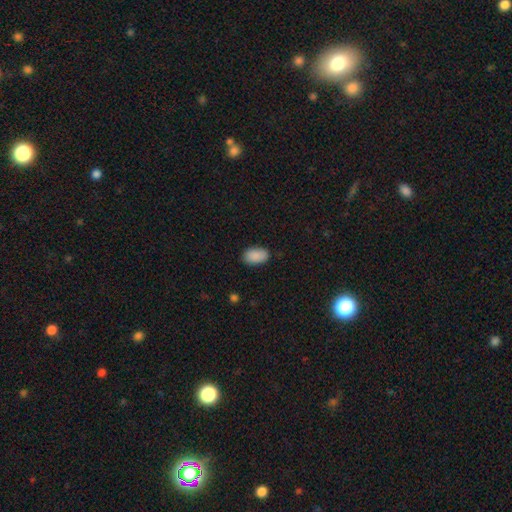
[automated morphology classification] Q: Smooth or featured?
A: smooth (90%); runner-up: star or artifact (7%)
Q: How rounded?
A: in between (93%); runner-up: round (6%)
Q: Merging?
A: none (85%); runner-up: minor disturbance (11%)